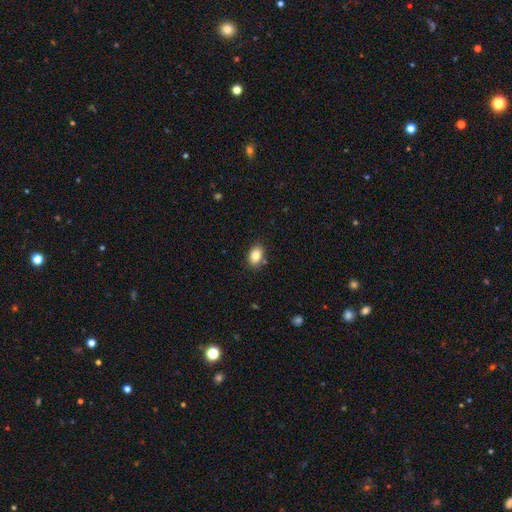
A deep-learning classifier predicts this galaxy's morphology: smooth 83%, star or artifact 8%, featured or disk 8%. Down the decision tree: how rounded — in between (84%); merging — none (82%).